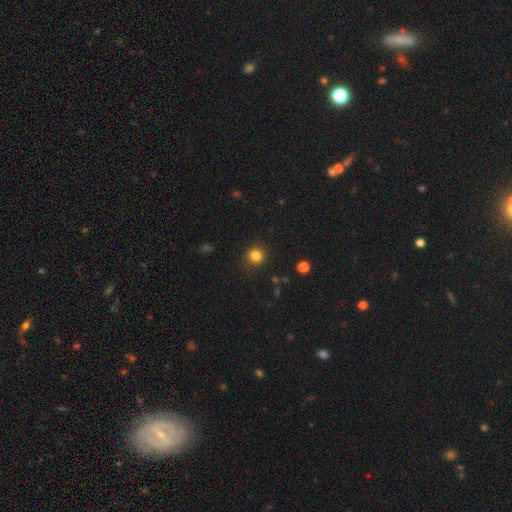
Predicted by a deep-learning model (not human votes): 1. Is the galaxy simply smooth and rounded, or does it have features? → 82% smooth, 13% star or artifact, 5% featured or disk.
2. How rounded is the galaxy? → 92% round, 7% in between, 1% cigar-shaped.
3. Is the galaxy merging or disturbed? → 89% none, 7% minor disturbance, 2% major disturbance, 1% merger.